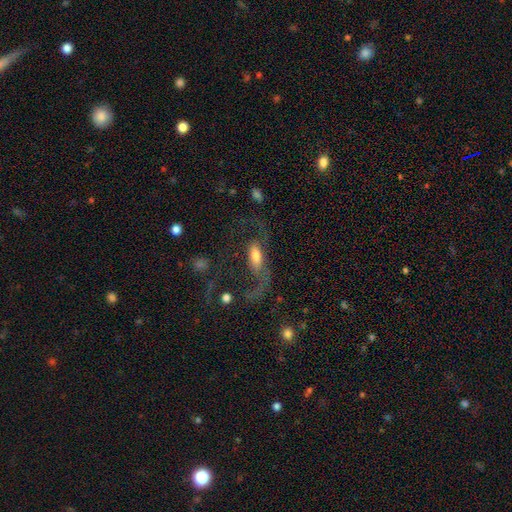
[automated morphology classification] smooth-or-featured: featured or disk: 60% | smooth: 31% | star or artifact: 9%
  disk-edge-on: no: 86% | yes: 14%
    bar: no: 46% | weak: 33% | strong: 21%
    has-spiral-arms: yes: 77% | no: 23%
    bulge-size: moderate: 47% | small: 23% | large: 21% | none: 5% | dominant: 4%
  merging: major disturbance: 40% (tied) | none: 40% (tied) | minor disturbance: 14% | merger: 6%